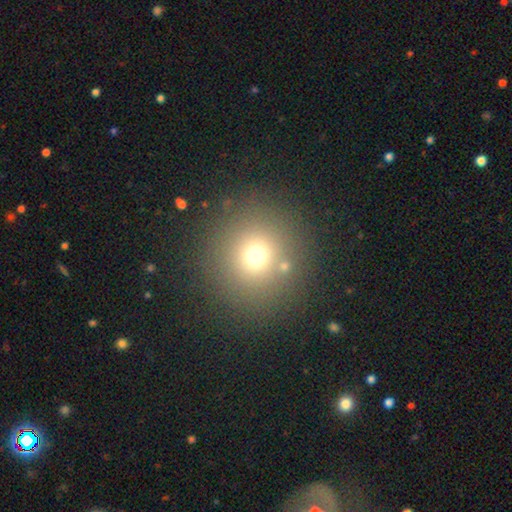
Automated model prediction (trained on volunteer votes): Morphology: type=smooth (68%); roundness=round (93%); merging=none (84%).